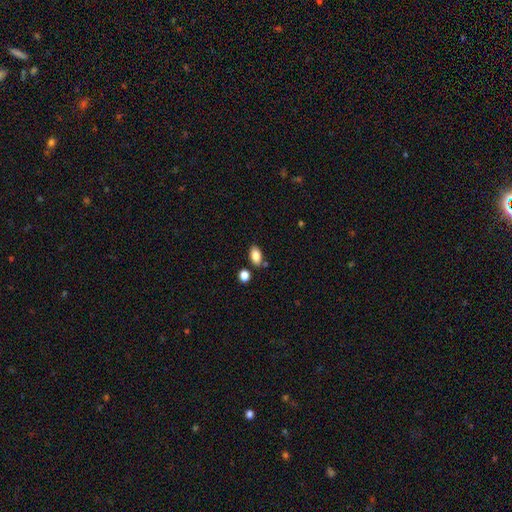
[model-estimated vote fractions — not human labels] smooth-or-featured: smooth: 85% | star or artifact: 9% | featured or disk: 6%
  how-rounded: in between: 90% | round: 7% | cigar-shaped: 3%
  merging: none: 74% | minor disturbance: 13% | merger: 10% | major disturbance: 3%